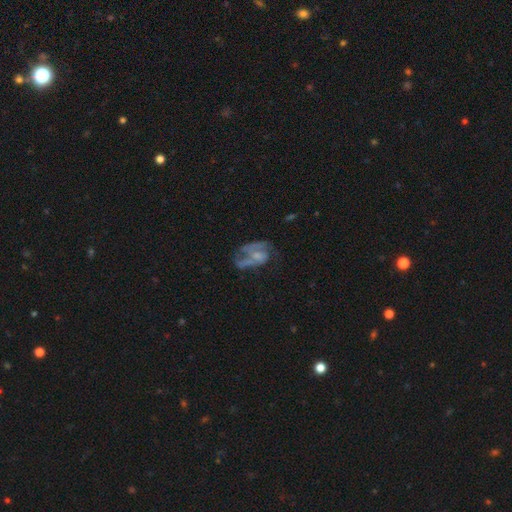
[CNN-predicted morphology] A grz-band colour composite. It shows a featured or disk galaxy (60%) with no bar (73%), no spiral arms (51%) and no central bulge (36%). Merging: major disturbance (42%).